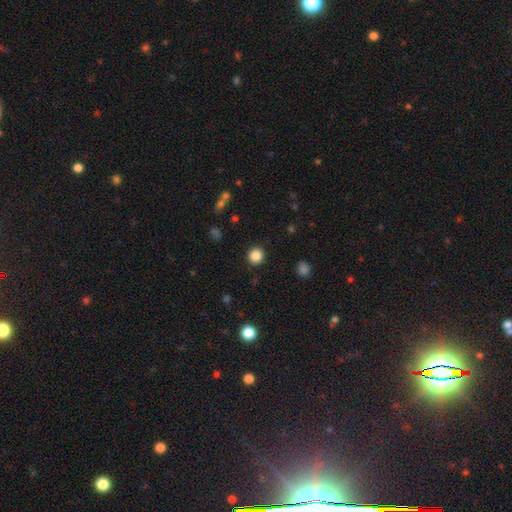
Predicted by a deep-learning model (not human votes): smooth 86%, star or artifact 11%, featured or disk 4%. Down the decision tree: how rounded — round (92%); merging — none (91%).